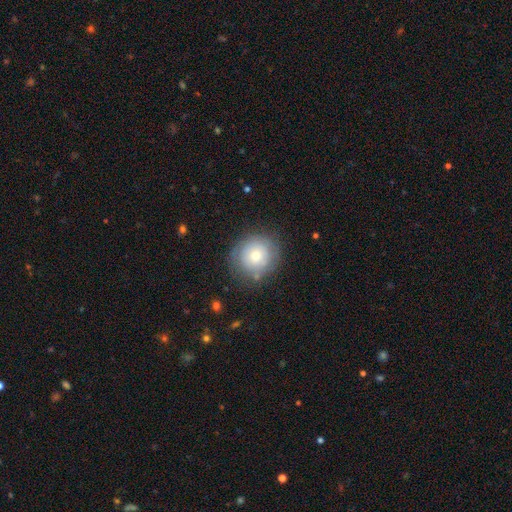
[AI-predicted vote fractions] Overall: smooth (67%). How rounded: round (90%). Merging: none (77%).